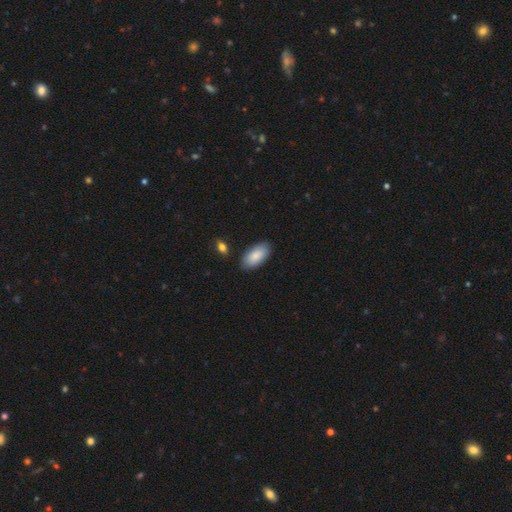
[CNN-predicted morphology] Overall: smooth (87%). How rounded: in between (93%). Merging: none (86%).